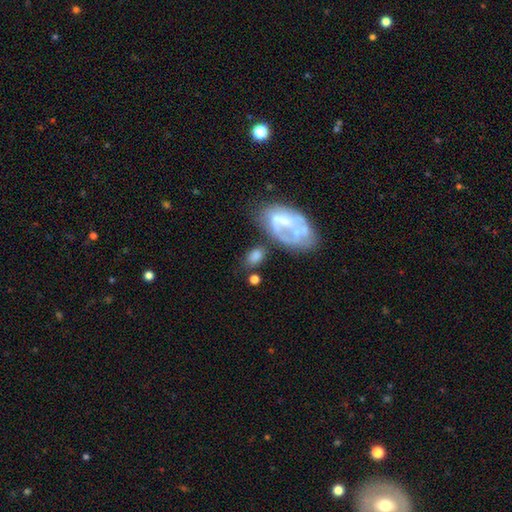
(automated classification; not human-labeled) A smooth galaxy with no disk features (58%) that is in between round and cigar-shaped (82%). Merging: none (45%).